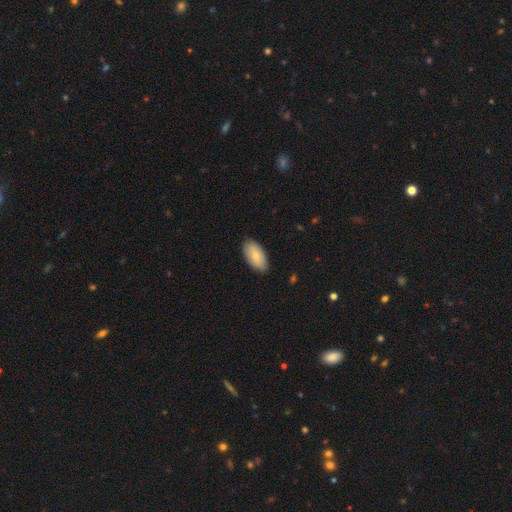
Overall: smooth (68%). How rounded: in between (92%). Merging: none (85%).